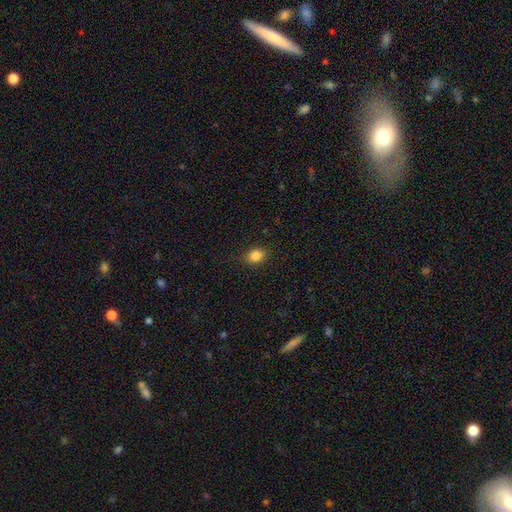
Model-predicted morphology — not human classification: A smooth galaxy with no disk features (85%) that is in between round and cigar-shaped (53%).

Vote fractions:
- Smooth or featured? smooth: 85% / star or artifact: 10% / featured or disk: 5%
- How rounded? in between: 53% / round: 46% / cigar-shaped: 1%
- Merging? none: 87% / minor disturbance: 9% / major disturbance: 2% / merger: 1%